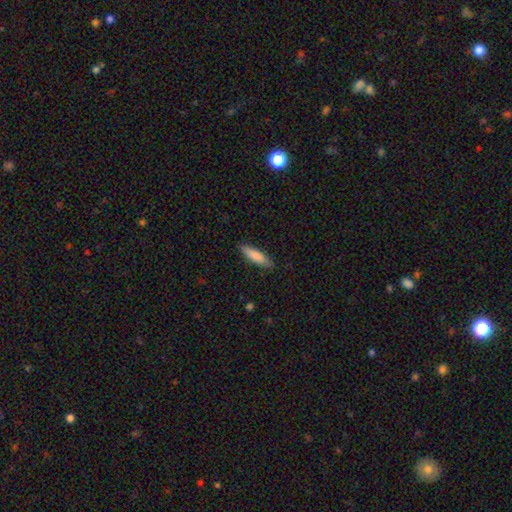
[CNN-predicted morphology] Smooth or featured?
  - smooth: 82% *
  - featured or disk: 13%
  - star or artifact: 6%
How rounded?
  - cigar-shaped: 63% *
  - in between: 36%
  - round: 1%
Merging?
  - none: 84% *
  - minor disturbance: 13%
  - major disturbance: 2%
  - merger: 1%